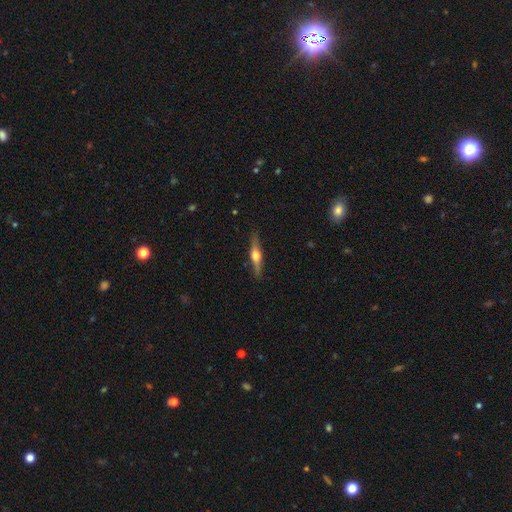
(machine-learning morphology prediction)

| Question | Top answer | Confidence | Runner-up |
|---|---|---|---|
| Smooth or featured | featured or disk | 69% | smooth (26%) |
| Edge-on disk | yes | 97% | no (3%) |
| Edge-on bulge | rounded | 94% | boxy (3%) |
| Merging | none | 88% | minor disturbance (9%) |